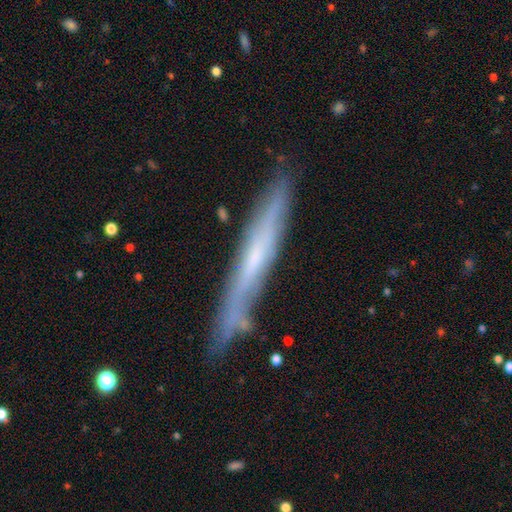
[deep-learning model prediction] A featured or disk galaxy (60%) viewed edge-on (86%) with no central bulge (70%). Merging: none (75%).